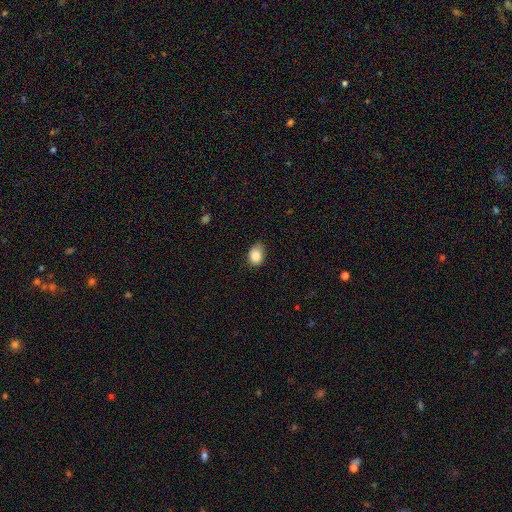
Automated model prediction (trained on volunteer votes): Smooth or featured?
  - smooth: 87% *
  - star or artifact: 9%
  - featured or disk: 5%
How rounded?
  - in between: 59% *
  - round: 40%
  - cigar-shaped: 1%
Merging?
  - none: 63% *
  - minor disturbance: 30%
  - major disturbance: 6%
  - merger: 1%